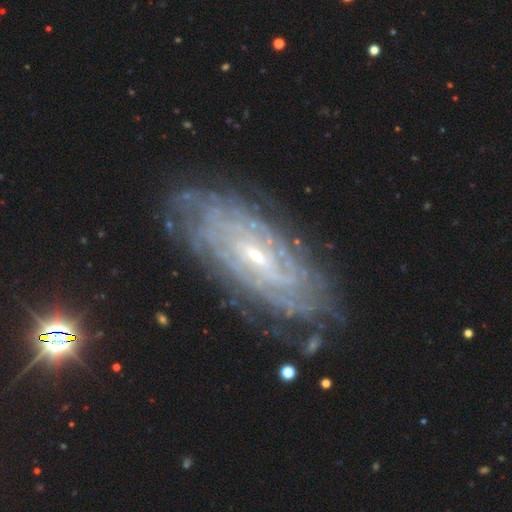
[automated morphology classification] This appears to be a featured or disk galaxy (87%) with a weak bar (45%), tight (83%) spiral arms (96%) and a small central bulge (69%). Merging: none (81%).